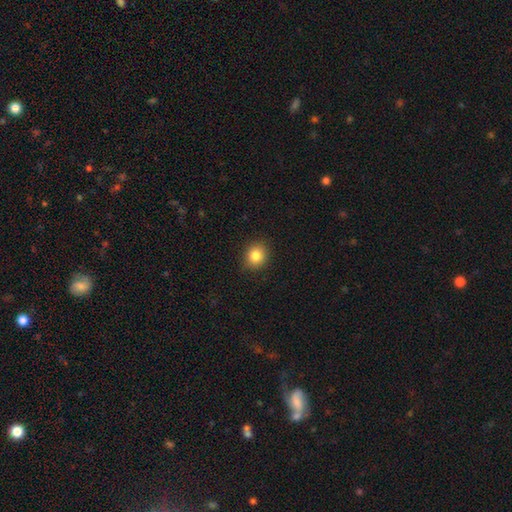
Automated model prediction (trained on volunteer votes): This is clearly a smooth galaxy (84%). How rounded: likely round (74%). Merging: clearly none (89%).